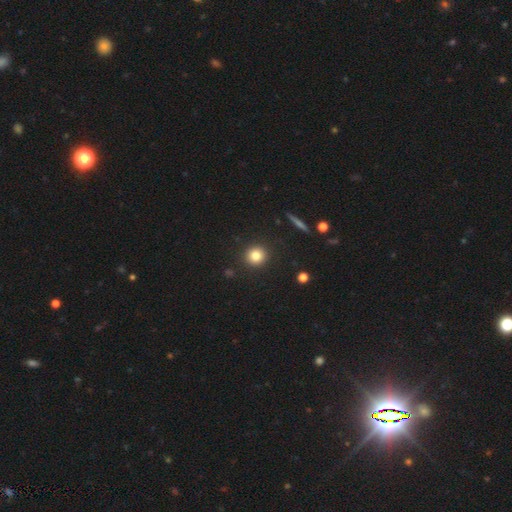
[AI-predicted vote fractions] The model was most divided on "smooth or featured": smooth: 82%, star or artifact: 11%, featured or disk: 7%. More confident: merging — none (91%); how rounded — round (91%).